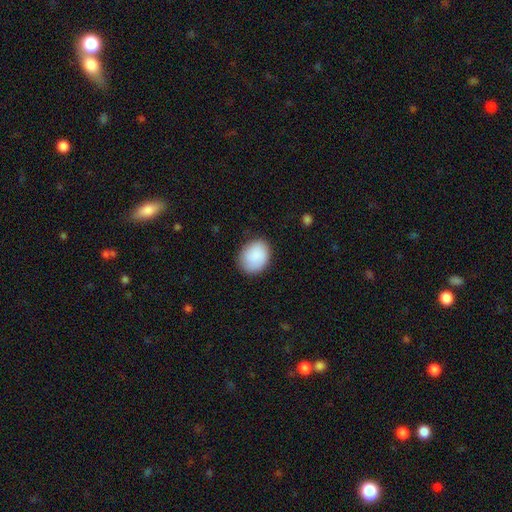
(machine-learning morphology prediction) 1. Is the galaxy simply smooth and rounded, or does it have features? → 89% smooth, 6% star or artifact, 5% featured or disk.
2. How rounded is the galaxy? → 53% in between, 46% round, 1% cigar-shaped.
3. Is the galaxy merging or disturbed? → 83% none, 13% minor disturbance, 3% major disturbance, 1% merger.